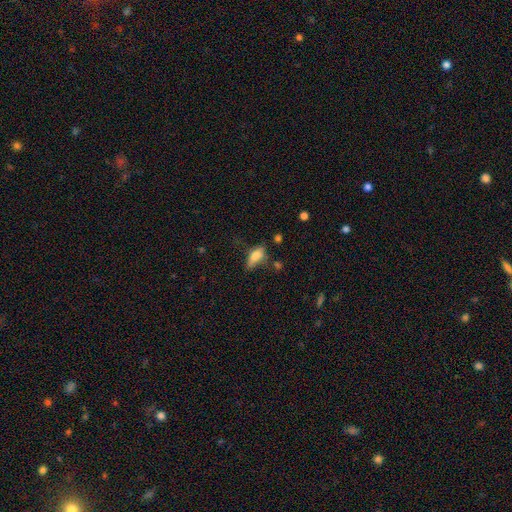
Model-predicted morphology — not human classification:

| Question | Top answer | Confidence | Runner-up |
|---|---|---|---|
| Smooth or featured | smooth | 65% | featured or disk (25%) |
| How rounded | in between | 75% | cigar-shaped (20%) |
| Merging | none | 46% | minor disturbance (31%) |